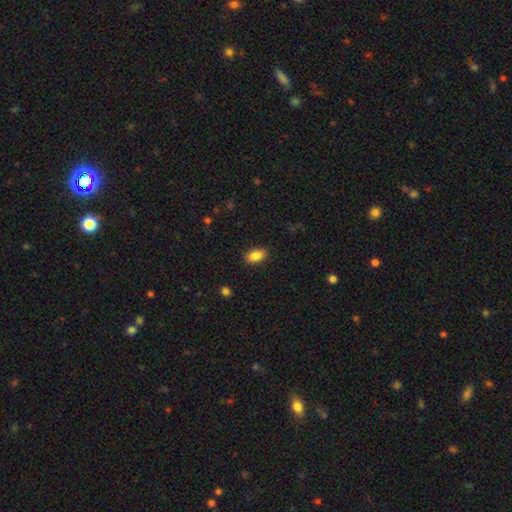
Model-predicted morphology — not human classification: Q: Smooth or featured?
A: smooth (88%); runner-up: star or artifact (8%)
Q: How rounded?
A: in between (92%); runner-up: round (6%)
Q: Merging?
A: none (89%); runner-up: minor disturbance (8%)